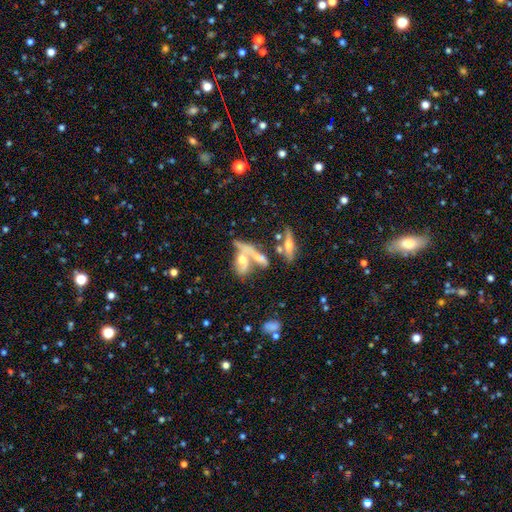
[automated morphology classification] smooth_or_featured: featured or disk (p=0.46) [alt: smooth p=0.42]
merging: merger (p=0.56) [alt: none p=0.23]